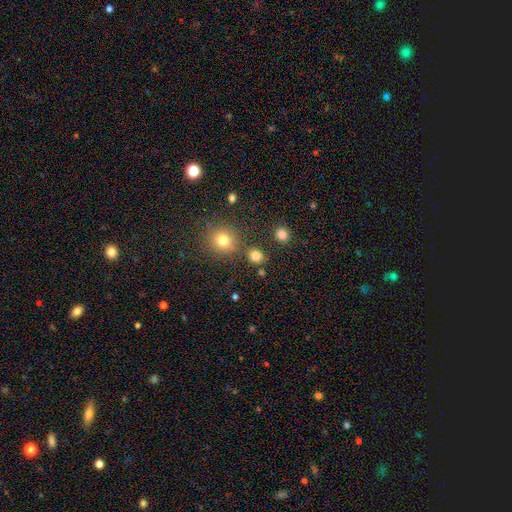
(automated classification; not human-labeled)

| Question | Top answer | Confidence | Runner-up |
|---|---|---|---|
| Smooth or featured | smooth | 80% | star or artifact (14%) |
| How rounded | round | 75% | in between (24%) |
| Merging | none | 81% | minor disturbance (8%) |